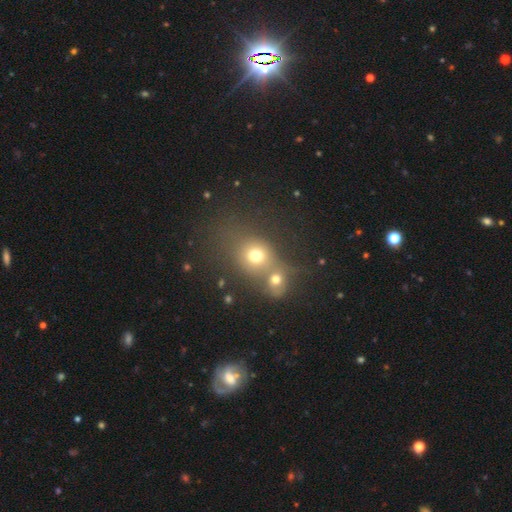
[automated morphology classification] Smooth or featured?
  - smooth: 71% *
  - star or artifact: 16%
  - featured or disk: 13%
How rounded?
  - round: 70% *
  - in between: 29%
  - cigar-shaped: 1%
Merging?
  - merger: 53% *
  - none: 33%
  - minor disturbance: 8%
  - major disturbance: 6%